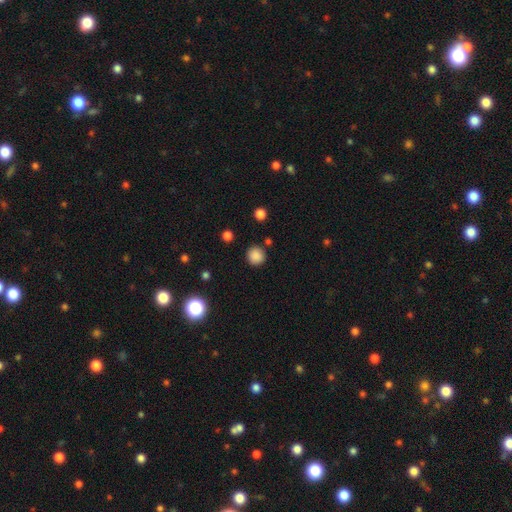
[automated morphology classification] smooth_or_featured: smooth (p=0.85) [alt: star or artifact p=0.11]
how_rounded: round (p=0.93) [alt: in between p=0.07]
merging: none (p=0.87) [alt: minor disturbance p=0.08]